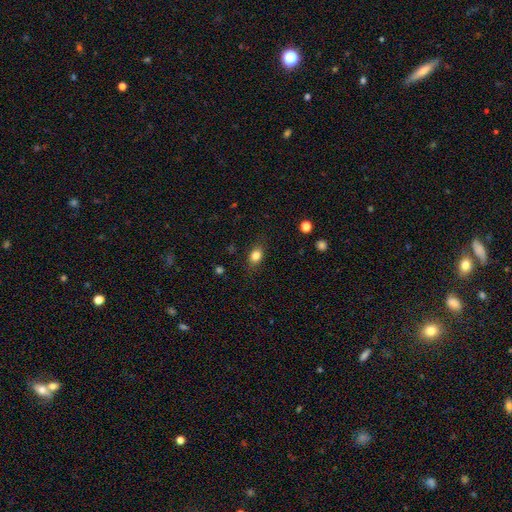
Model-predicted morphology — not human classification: smooth_or_featured: smooth (p=0.82) [alt: star or artifact p=0.10]
how_rounded: in between (p=0.70) [alt: round p=0.28]
merging: none (p=0.82) [alt: minor disturbance p=0.14]